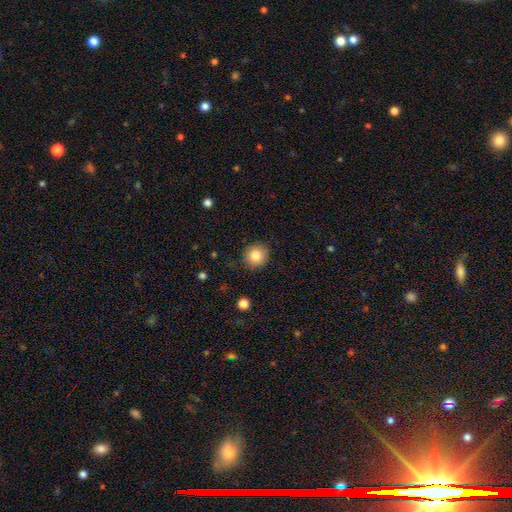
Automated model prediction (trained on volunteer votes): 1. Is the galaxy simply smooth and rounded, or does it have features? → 83% smooth, 10% star or artifact, 7% featured or disk.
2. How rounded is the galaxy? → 90% round, 9% in between, 1% cigar-shaped.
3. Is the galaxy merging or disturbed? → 88% none, 9% minor disturbance, 2% major disturbance, 1% merger.